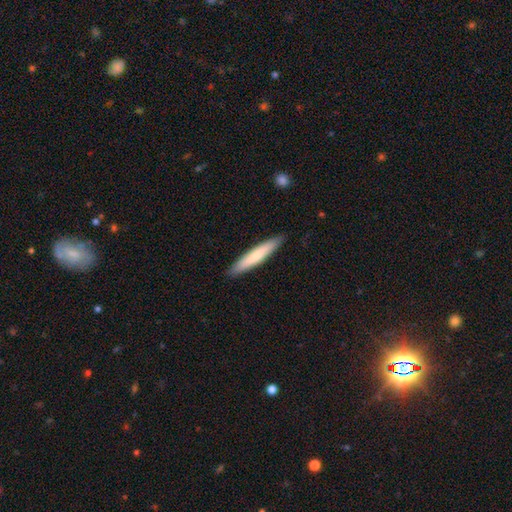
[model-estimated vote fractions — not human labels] Smooth or featured?
  - smooth: 71% *
  - featured or disk: 24%
  - star or artifact: 5%
How rounded?
  - cigar-shaped: 93% *
  - in between: 6%
  - round: 1%
Merging?
  - none: 90% *
  - minor disturbance: 7%
  - major disturbance: 1%
  - merger: 1%